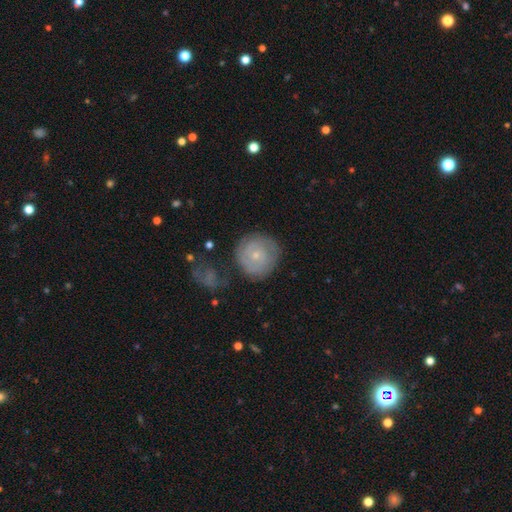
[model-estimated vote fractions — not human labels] Smooth or featured?
  - featured or disk: 57% *
  - smooth: 36%
  - star or artifact: 7%
Edge-on disk?
  - no: 98% *
  - yes: 2%
Bar?
  - no: 79% *
  - weak: 18%
  - strong: 3%
Spiral arms?
  - yes: 79% *
  - no: 21%
Bulge size?
  - small: 75% *
  - moderate: 21%
  - none: 2%
  - large: 1%
  - dominant: 1%
Merging?
  - none: 74% *
  - minor disturbance: 16%
  - major disturbance: 6%
  - merger: 4%